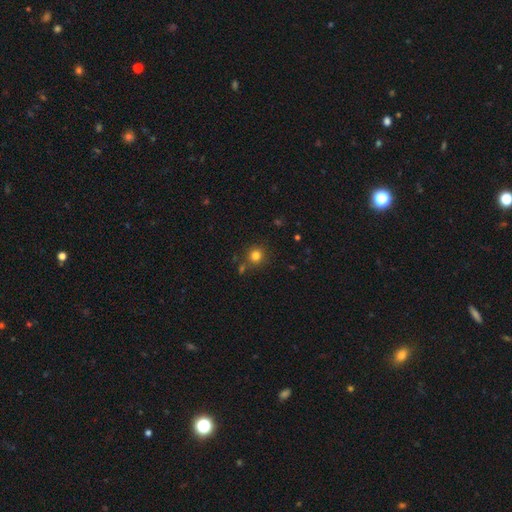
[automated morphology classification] This is clearly a smooth galaxy (80%). How rounded: clearly round (91%). Merging: clearly none (80%).